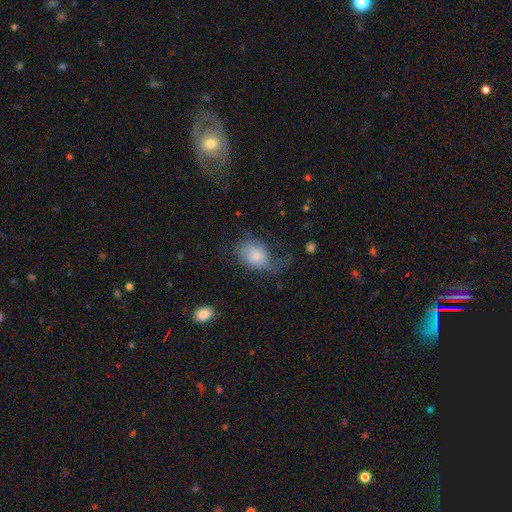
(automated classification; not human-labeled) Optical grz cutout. It shows a smooth galaxy with no disk features (71%) that is in between round and cigar-shaped (75%). Merging: major disturbance (38%).